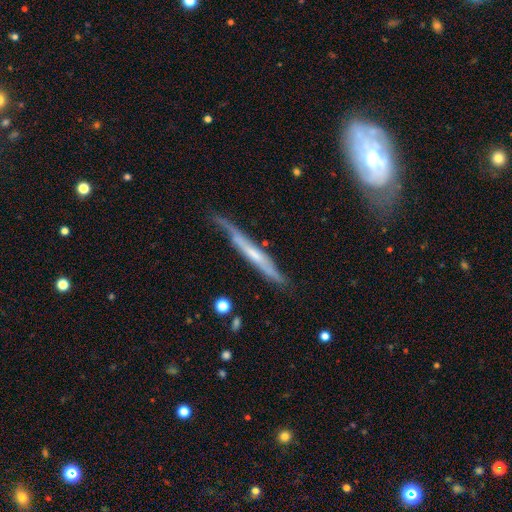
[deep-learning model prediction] Smooth or featured? featured or disk (68%)
Edge-on disk? yes (85%)
Edge-on bulge? none (59%)
Merging? none (64%)